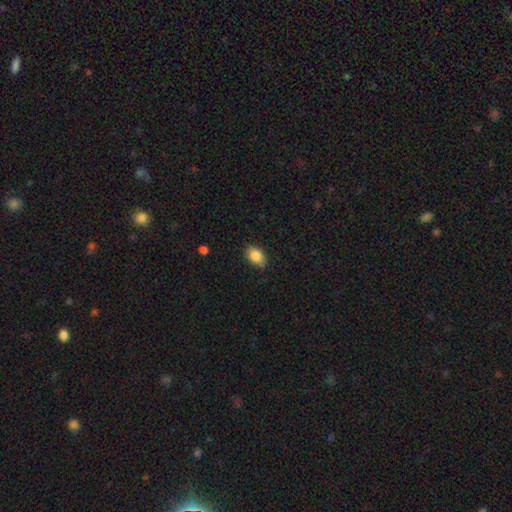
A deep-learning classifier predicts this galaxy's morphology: Smooth or featured: smooth — 87% (star or artifact — 8%)
How rounded: in between — 86% (round — 12%)
Merging: none — 83% (minor disturbance — 13%)